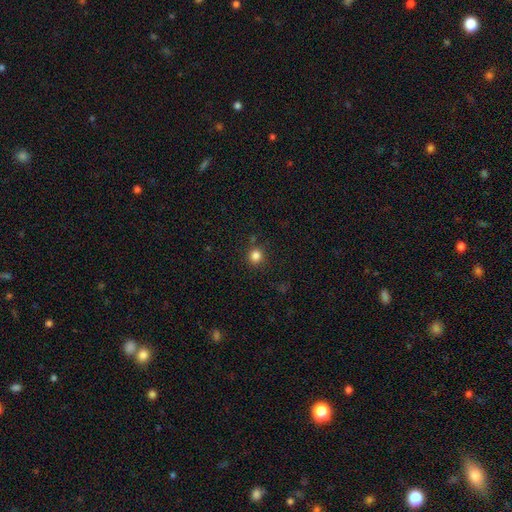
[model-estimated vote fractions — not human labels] A smooth galaxy with no disk features (83%) that is round (93%).

Vote fractions:
- Smooth or featured? smooth: 83% / star or artifact: 13% / featured or disk: 4%
- How rounded? round: 93% / in between: 6% / cigar-shaped: 1%
- Merging? none: 86% / minor disturbance: 7% / merger: 4% / major disturbance: 3%